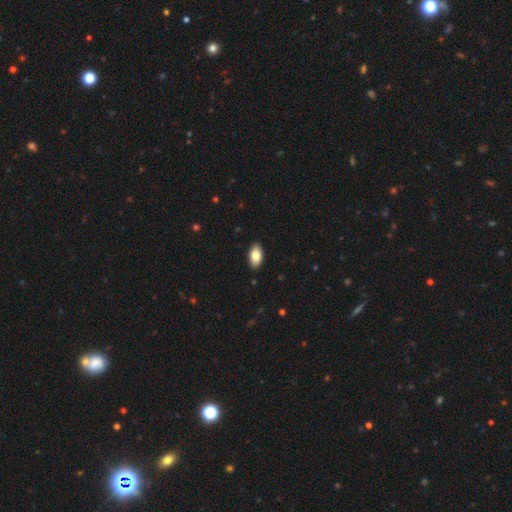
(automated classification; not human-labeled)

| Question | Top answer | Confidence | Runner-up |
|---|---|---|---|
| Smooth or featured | smooth | 82% | featured or disk (12%) |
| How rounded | in between | 94% | round (3%) |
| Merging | none | 90% | minor disturbance (7%) |